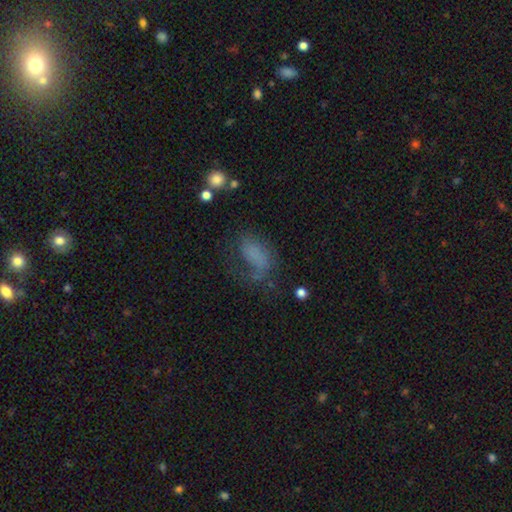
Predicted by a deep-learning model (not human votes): A smooth galaxy with no disk features (53%) that is in between round and cigar-shaped (85%).

Vote fractions:
- Smooth or featured? smooth: 53% / featured or disk: 30% / star or artifact: 16%
- How rounded? in between: 85% / round: 11% / cigar-shaped: 4%
- Merging? major disturbance: 41% / none: 33% / minor disturbance: 21% / merger: 5%